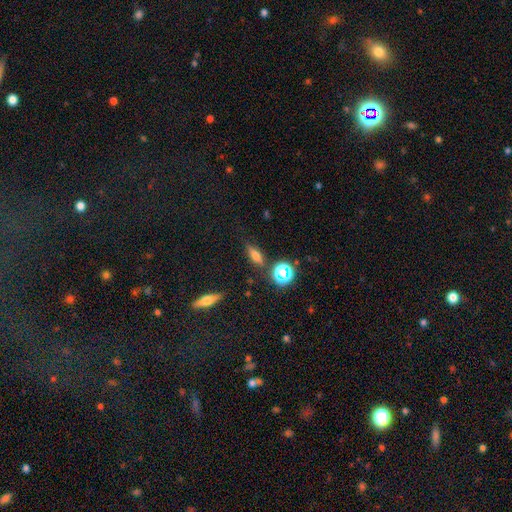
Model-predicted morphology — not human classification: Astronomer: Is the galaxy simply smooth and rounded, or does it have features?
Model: smooth — 59%.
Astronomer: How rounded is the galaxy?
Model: in between — 55% (runner-up: cigar-shaped, 34%).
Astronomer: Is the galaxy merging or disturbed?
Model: none — 79%.